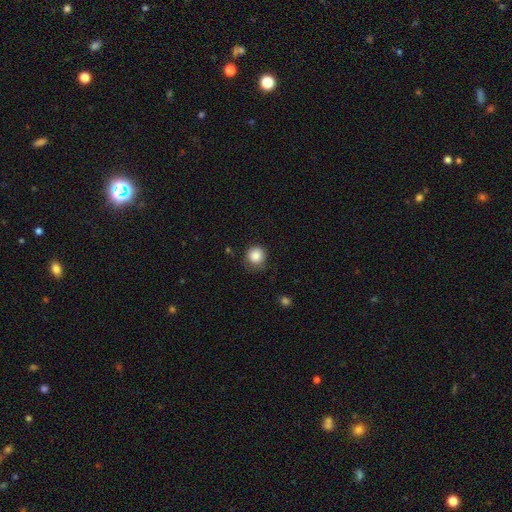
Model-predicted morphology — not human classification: Smooth or featured: smooth — 86% (star or artifact — 9%)
How rounded: round — 92% (in between — 7%)
Merging: none — 74% (minor disturbance — 19%)